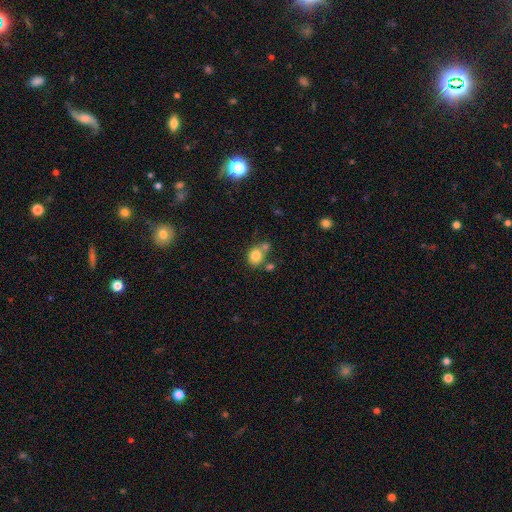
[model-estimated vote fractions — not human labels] smooth-or-featured: smooth: 81% | star or artifact: 11% | featured or disk: 8%
  how-rounded: round: 75% | in between: 24% | cigar-shaped: 1%
  merging: none: 57% | merger: 26% | minor disturbance: 12% | major disturbance: 4%